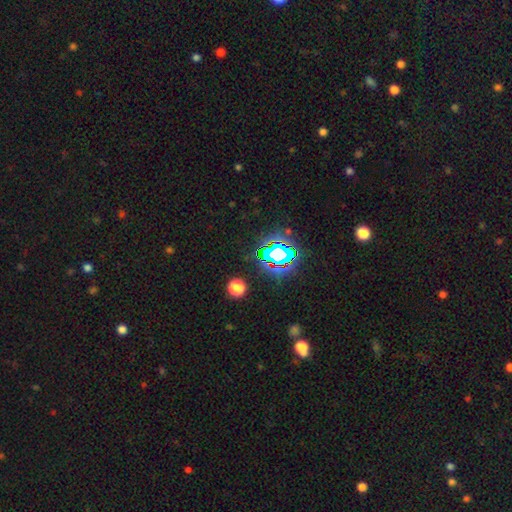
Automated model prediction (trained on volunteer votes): A star or artifact, not a galaxy (81%).